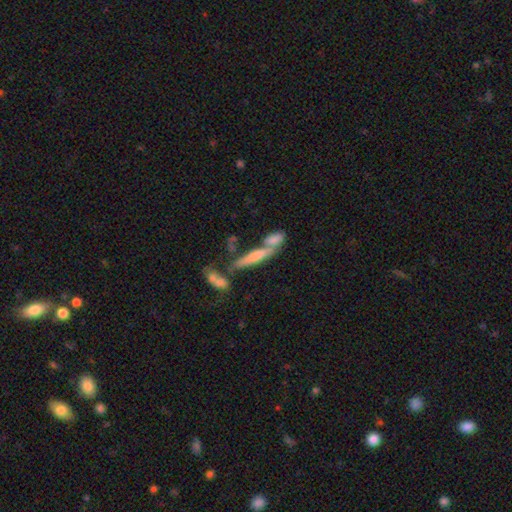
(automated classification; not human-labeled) smooth_or_featured: smooth (p=0.48) [alt: featured or disk p=0.41]
merging: none (p=0.46) [alt: merger p=0.36]